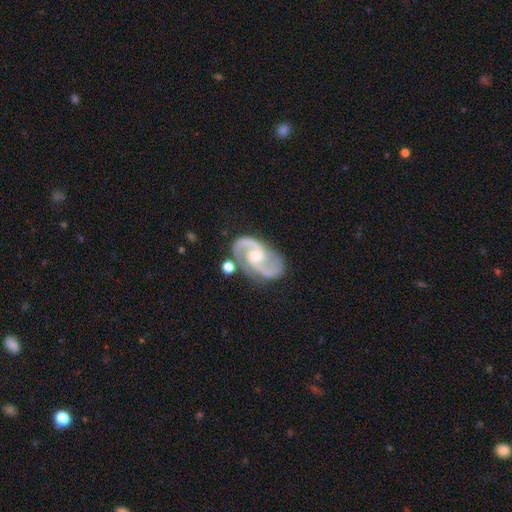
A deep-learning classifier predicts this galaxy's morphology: type=featured or disk (92%); edge-on=no (98%); bar=no (53%); spiral arms=yes (98%); winding=medium (62%); arm count=2 (94%); bulge=moderate (51%); merging=none (74%).